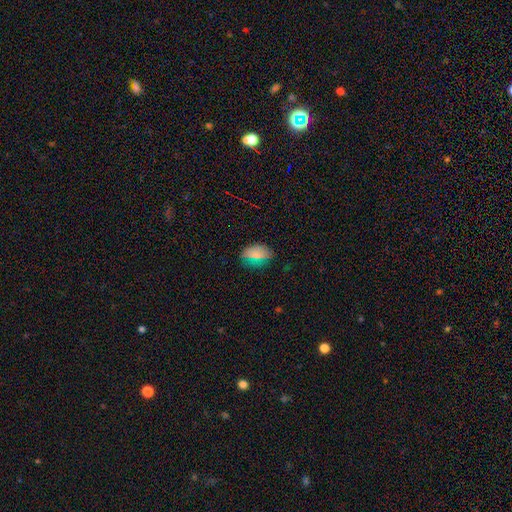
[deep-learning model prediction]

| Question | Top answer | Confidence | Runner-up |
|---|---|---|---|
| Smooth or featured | smooth | 73% | star or artifact (18%) |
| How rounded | in between | 86% | round (11%) |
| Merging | none | 80% | minor disturbance (15%) |